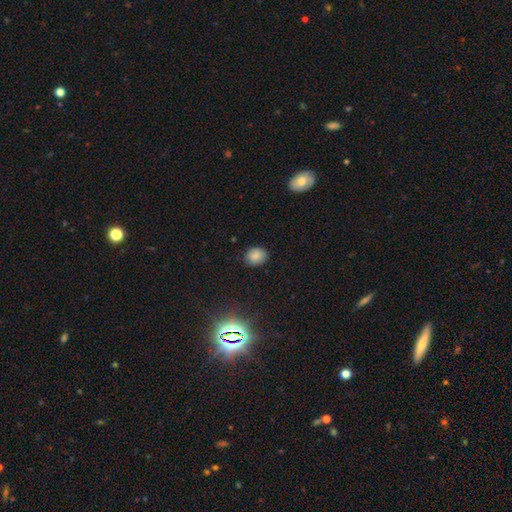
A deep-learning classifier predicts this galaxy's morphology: This is clearly a smooth galaxy (82%). How rounded: possibly round (52%). Merging: clearly none (83%).